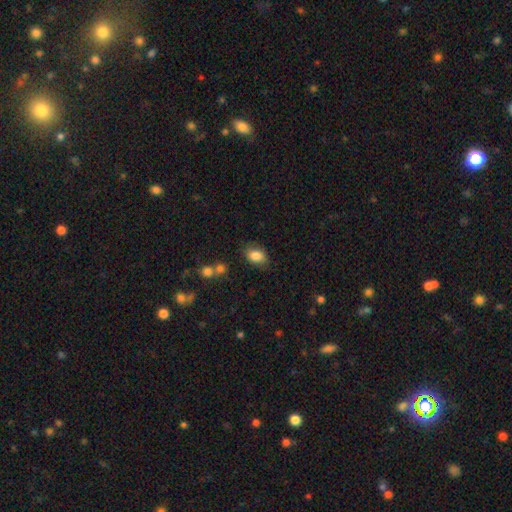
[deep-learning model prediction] Smooth or featured: smooth — 85% (star or artifact — 8%)
How rounded: in between — 83% (round — 16%)
Merging: none — 78% (minor disturbance — 15%)